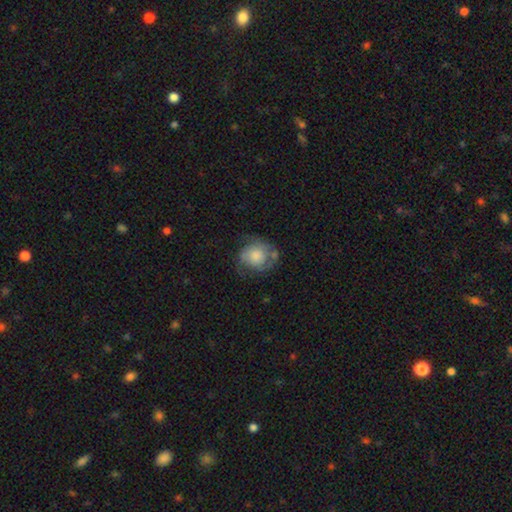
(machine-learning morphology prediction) Smooth or featured? Predicted: featured or disk (p=0.47). Merging? Predicted: none (p=0.52).